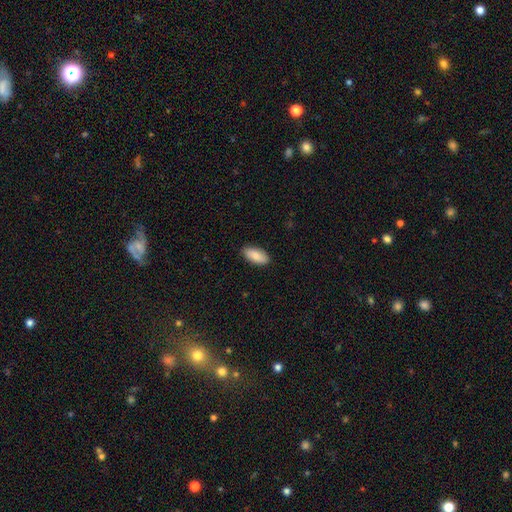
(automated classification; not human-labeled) Smooth or featured? smooth (85%)
How rounded? in between (90%)
Merging? none (88%)